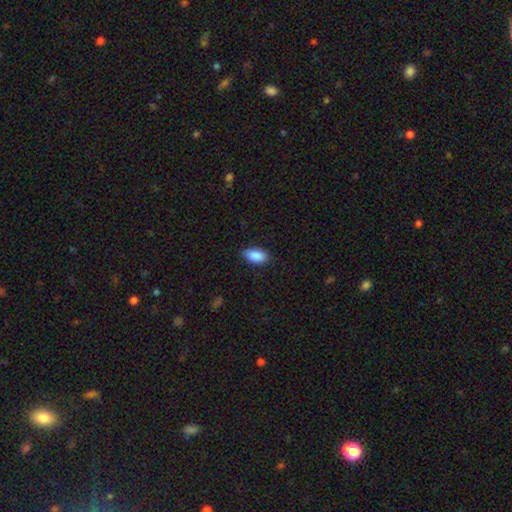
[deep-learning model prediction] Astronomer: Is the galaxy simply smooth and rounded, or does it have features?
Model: smooth — 90%.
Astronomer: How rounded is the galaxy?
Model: in between — 93%.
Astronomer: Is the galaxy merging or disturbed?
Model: none — 86%.